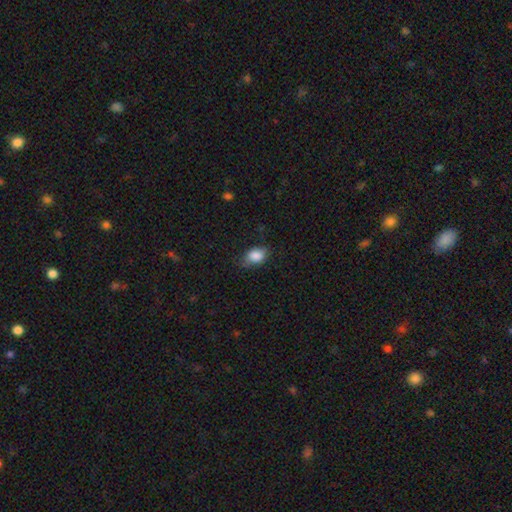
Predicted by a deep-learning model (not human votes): Overall: smooth (86%). How rounded: in between (81%). Merging: none (69%).